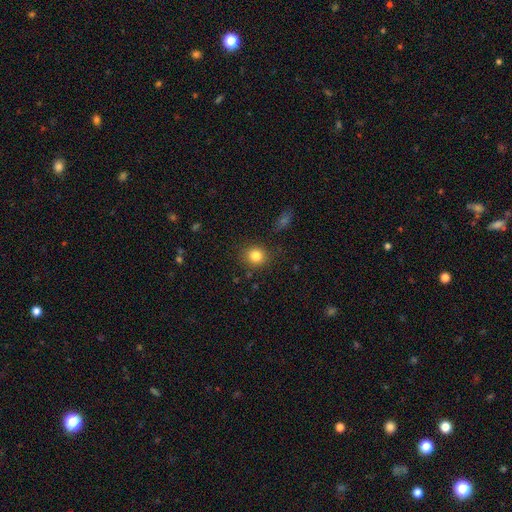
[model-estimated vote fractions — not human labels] This appears to be a smooth galaxy with no disk features (82%) that is round (82%). Merging: none (86%).